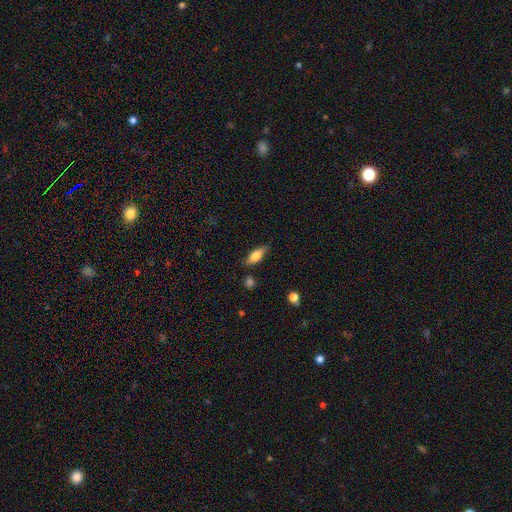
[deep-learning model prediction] Smooth or featured? Predicted: smooth (p=0.71). How rounded? Predicted: in between (p=0.63). Merging? Predicted: none (p=0.83).